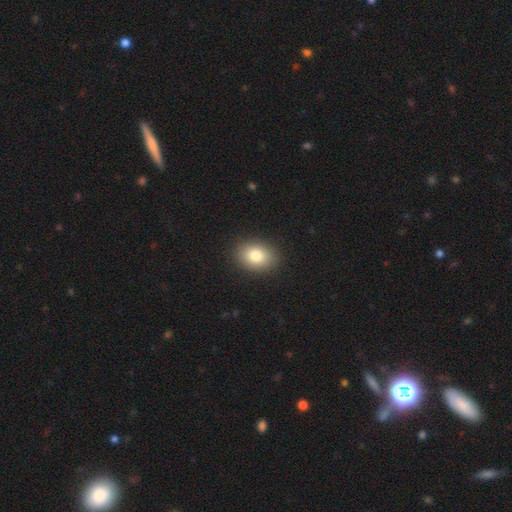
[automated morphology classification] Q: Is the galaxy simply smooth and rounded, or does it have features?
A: smooth — 82%.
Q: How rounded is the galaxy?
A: in between — 66%.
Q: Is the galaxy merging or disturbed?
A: none — 90%.